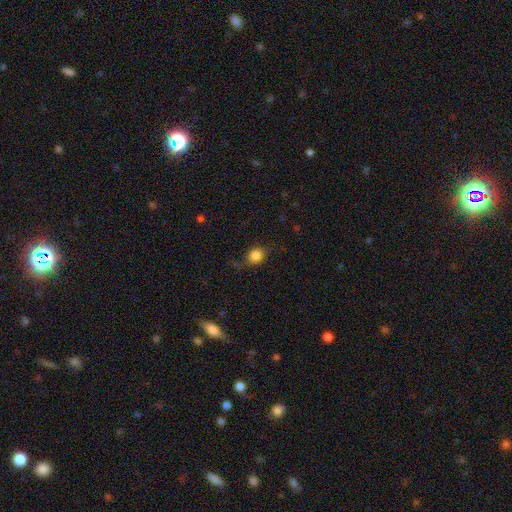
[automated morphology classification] Smooth or featured?
  - smooth: 80% *
  - star or artifact: 10%
  - featured or disk: 9%
How rounded?
  - round: 70% *
  - in between: 28%
  - cigar-shaped: 1%
Merging?
  - none: 67% *
  - minor disturbance: 22%
  - major disturbance: 10%
  - merger: 2%